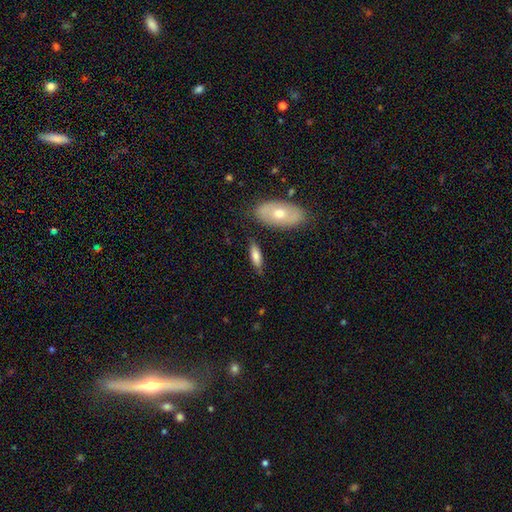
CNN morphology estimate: Smooth or featured? smooth (71%)
How rounded? in between (57%)
Merging? none (78%)